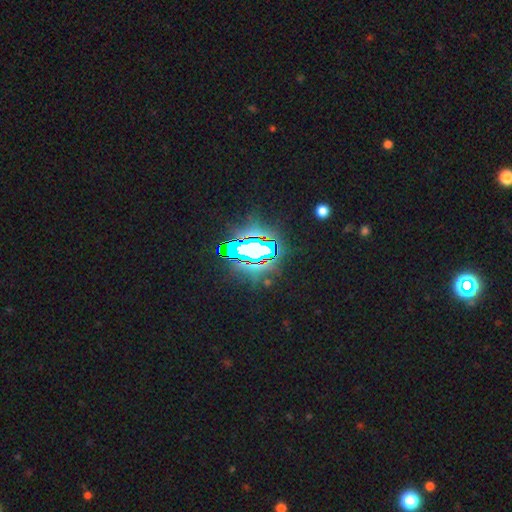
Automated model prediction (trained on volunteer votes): Smooth or featured? star or artifact (84%)